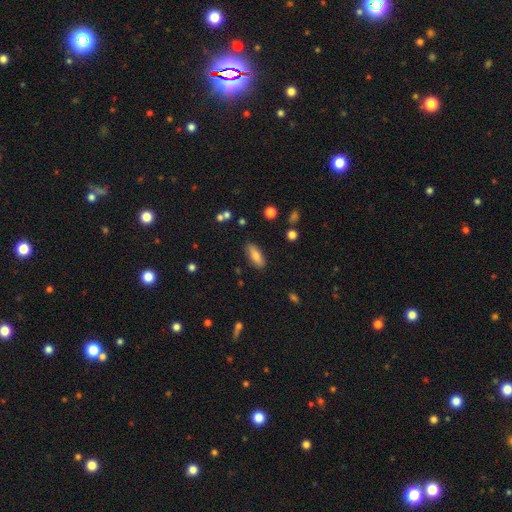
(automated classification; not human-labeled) Smooth or featured? smooth (74%)
How rounded? in between (72%)
Merging? none (84%)